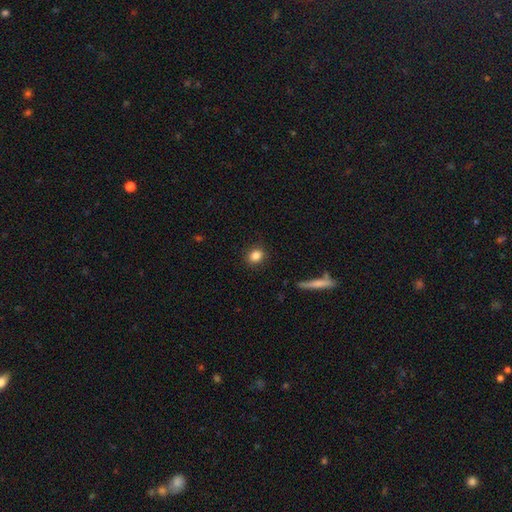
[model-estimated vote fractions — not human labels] A smooth galaxy with no disk features (85%) that is round (64%).

Vote fractions:
- Smooth or featured? smooth: 85% / star or artifact: 10% / featured or disk: 5%
- How rounded? round: 64% / in between: 34% / cigar-shaped: 2%
- Merging? none: 89% / minor disturbance: 7% / major disturbance: 2% / merger: 1%